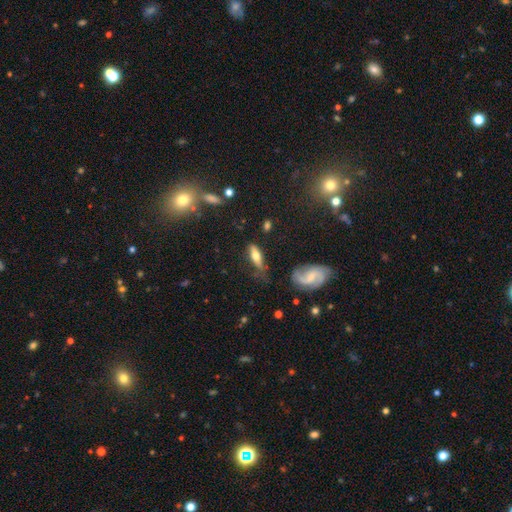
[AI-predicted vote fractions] Smooth or featured? Predicted: smooth (p=0.48). Merging? Predicted: none (p=0.58).